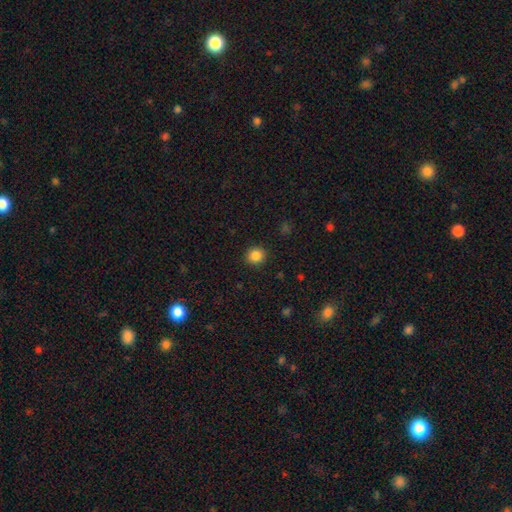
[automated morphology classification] Overall: smooth (86%). How rounded: round (85%). Merging: none (91%).